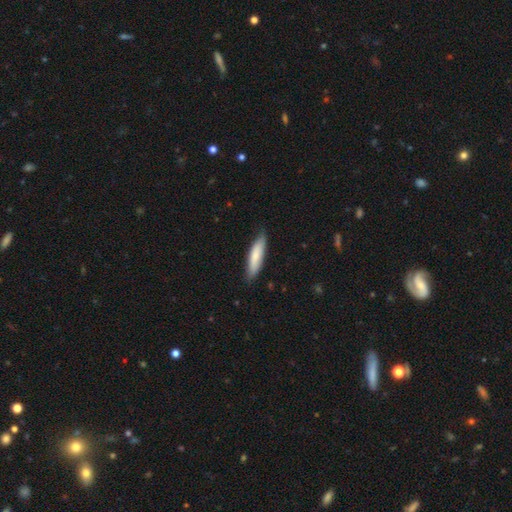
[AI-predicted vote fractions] smooth 77%, featured or disk 17%, star or artifact 5%. Down the decision tree: how rounded — cigar-shaped (71%); merging — none (79%).